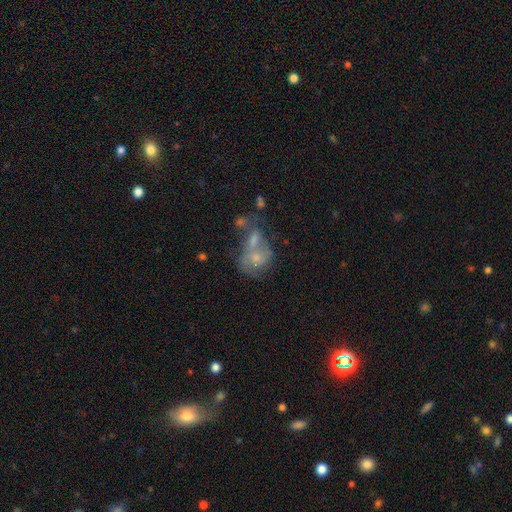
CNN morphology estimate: Smooth or featured? Predicted: featured or disk (p=0.50). Edge-on disk? Predicted: no (p=0.97). Merging? Predicted: merger (p=0.54).